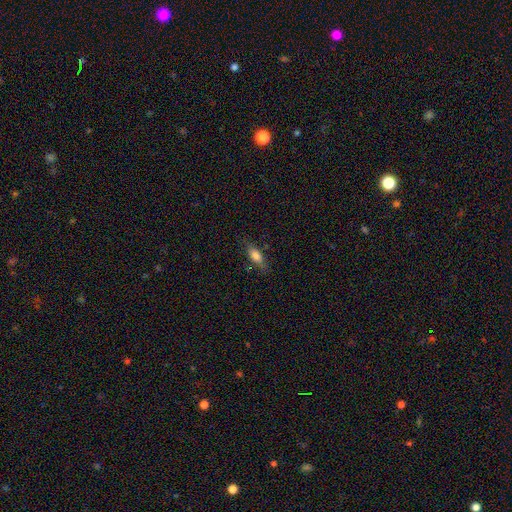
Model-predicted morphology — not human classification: Overall: smooth (75%). How rounded: in between (66%; cigar-shaped 31%). Merging: none (74%).